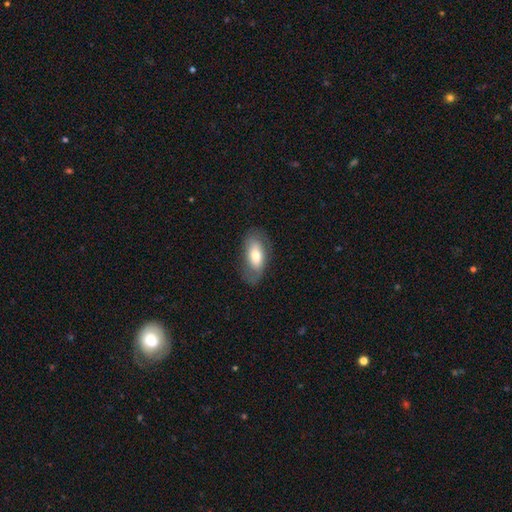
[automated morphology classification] A smooth galaxy with no disk features (64%) that is in between round and cigar-shaped (88%).

Vote fractions:
- Smooth or featured? smooth: 64% / featured or disk: 29% / star or artifact: 7%
- How rounded? in between: 88% / cigar-shaped: 8% / round: 4%
- Merging? none: 71% / minor disturbance: 19% / major disturbance: 8% / merger: 1%